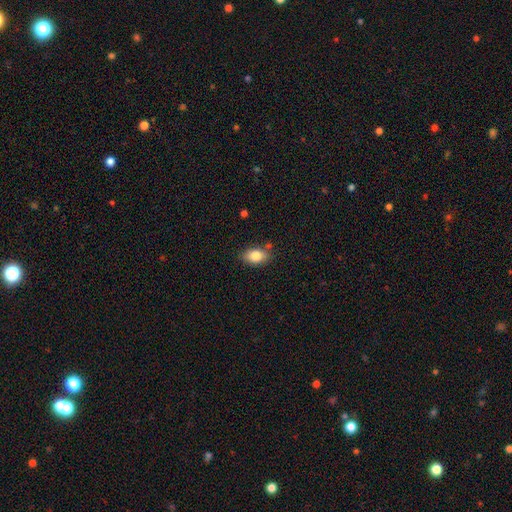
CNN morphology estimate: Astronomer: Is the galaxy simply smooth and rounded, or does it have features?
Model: smooth — 83%.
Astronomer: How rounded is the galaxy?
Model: in between — 86%.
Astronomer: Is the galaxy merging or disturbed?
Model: none — 78%.